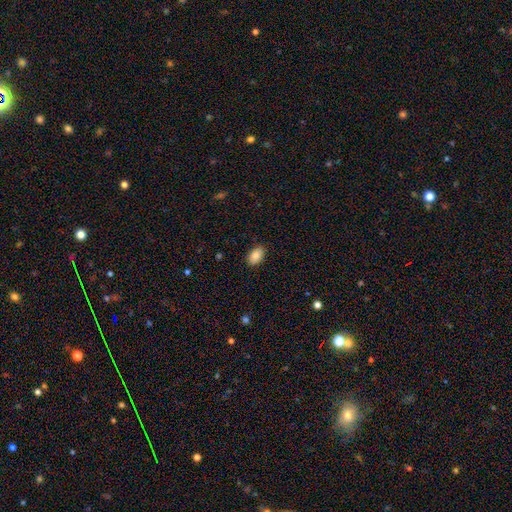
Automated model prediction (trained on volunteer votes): smooth_or_featured: smooth (p=0.86) [alt: star or artifact p=0.07]
how_rounded: in between (p=0.92) [alt: round p=0.07]
merging: none (p=0.87) [alt: minor disturbance p=0.09]